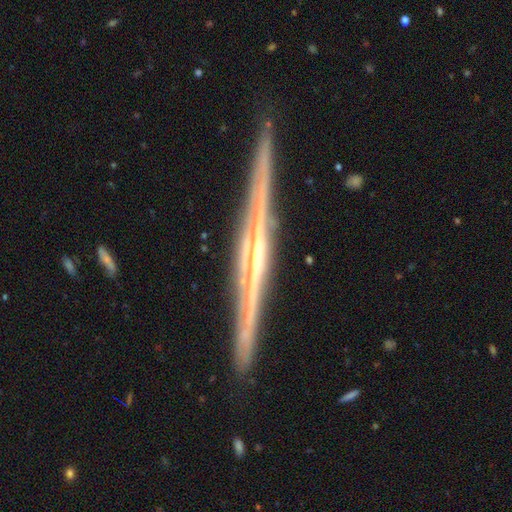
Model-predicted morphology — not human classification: Smooth or featured? Predicted: featured or disk (p=0.88). Edge-on disk? Predicted: yes (p=0.98). Edge-on bulge? Predicted: rounded (p=0.53). Merging? Predicted: none (p=0.92).